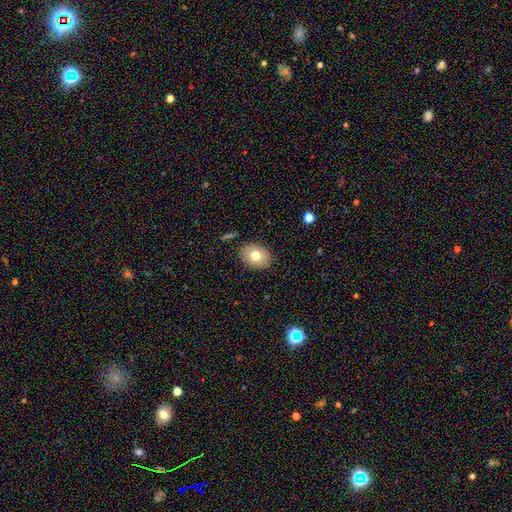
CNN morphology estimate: type=smooth (74%); roundness=in between (62%); merging=none (87%).